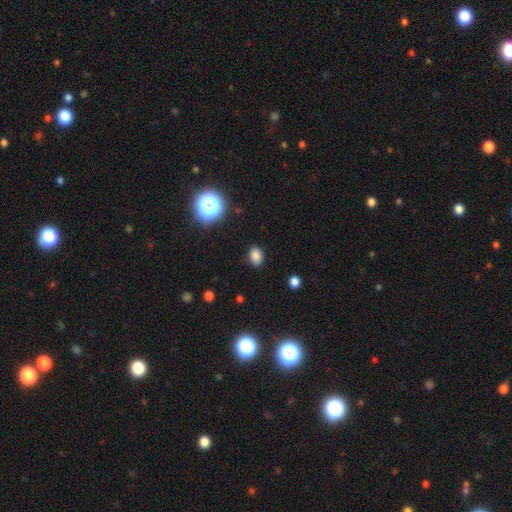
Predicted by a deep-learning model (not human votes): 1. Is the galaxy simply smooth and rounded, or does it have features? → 82% smooth, 13% star or artifact, 5% featured or disk.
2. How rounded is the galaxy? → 71% in between, 28% round, 1% cigar-shaped.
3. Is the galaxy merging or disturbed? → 86% none, 10% minor disturbance, 3% major disturbance, 1% merger.